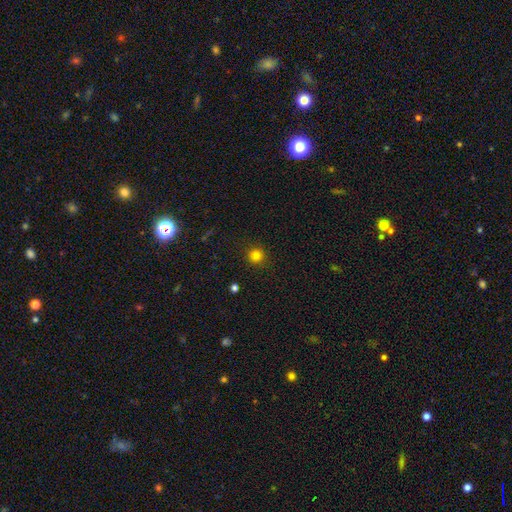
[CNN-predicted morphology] smooth 82%, star or artifact 14%, featured or disk 4%. Down the decision tree: how rounded — round (94%); merging — none (90%).